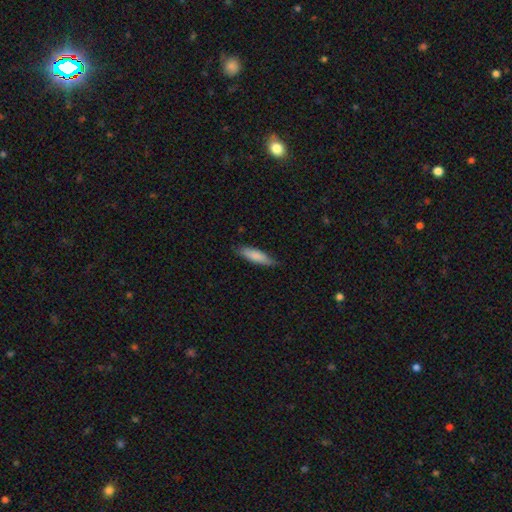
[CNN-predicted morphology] smooth-or-featured: smooth: 83% | featured or disk: 12% | star or artifact: 5%
  how-rounded: cigar-shaped: 64% | in between: 35% | round: 1%
  merging: none: 81% | minor disturbance: 16% | major disturbance: 2% | merger: 1%